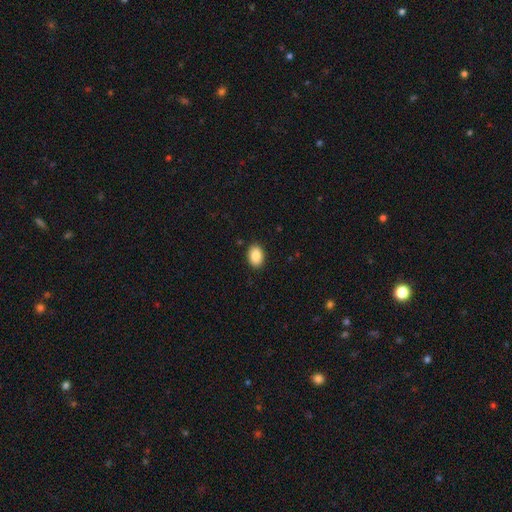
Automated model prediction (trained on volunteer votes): smooth 88%, star or artifact 8%, featured or disk 4%. Down the decision tree: how rounded — in between (76%); merging — none (90%).